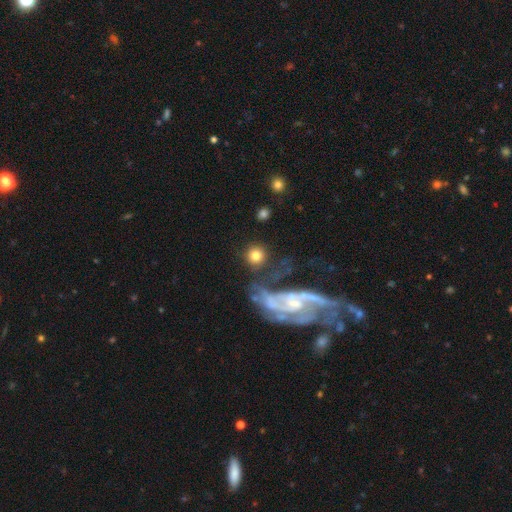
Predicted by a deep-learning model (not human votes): Q: Smooth or featured?
A: smooth (73%); runner-up: featured or disk (18%)
Q: How rounded?
A: round (91%); runner-up: in between (8%)
Q: Merging?
A: none (71%); runner-up: minor disturbance (11%)